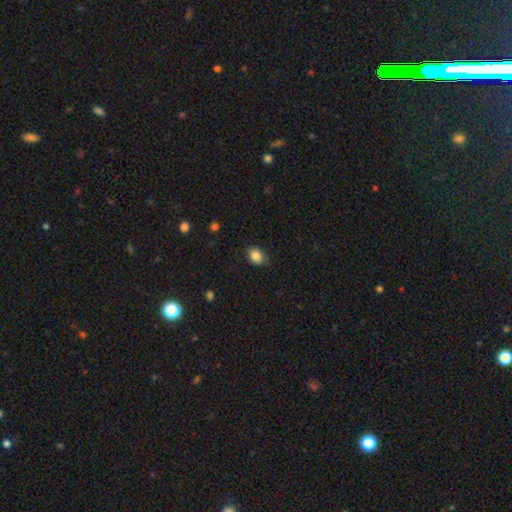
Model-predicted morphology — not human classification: Q: Smooth or featured?
A: smooth (85%); runner-up: star or artifact (9%)
Q: How rounded?
A: in between (56%); runner-up: round (44%)
Q: Merging?
A: none (73%); runner-up: minor disturbance (22%)